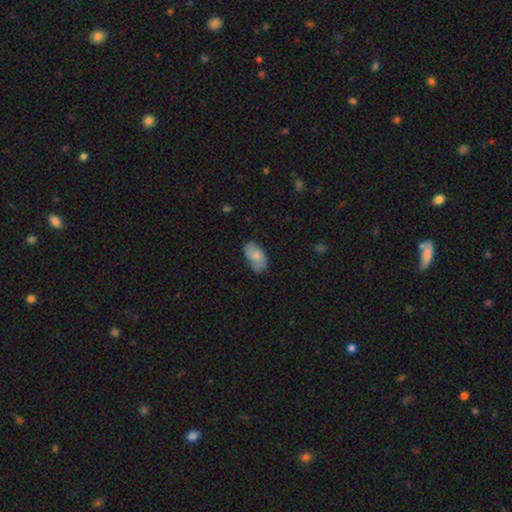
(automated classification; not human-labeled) Smooth or featured? smooth (75%)
How rounded? in between (94%)
Merging? none (68%)